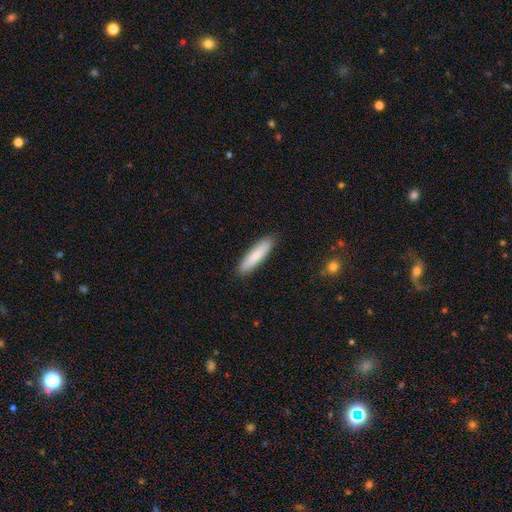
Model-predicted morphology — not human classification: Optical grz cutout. It shows a smooth galaxy with no disk features (81%) that is cigar-shaped (81%). Merging: none (90%).